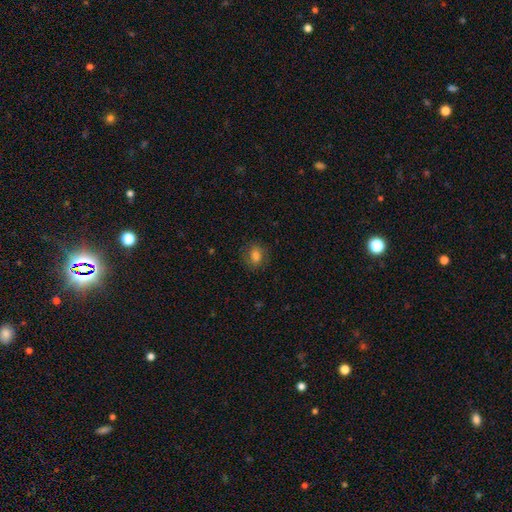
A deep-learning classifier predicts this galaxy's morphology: Smooth or featured: smooth — 77% (featured or disk — 12%)
How rounded: round — 50% (in between — 48%)
Merging: none — 80% (minor disturbance — 14%)